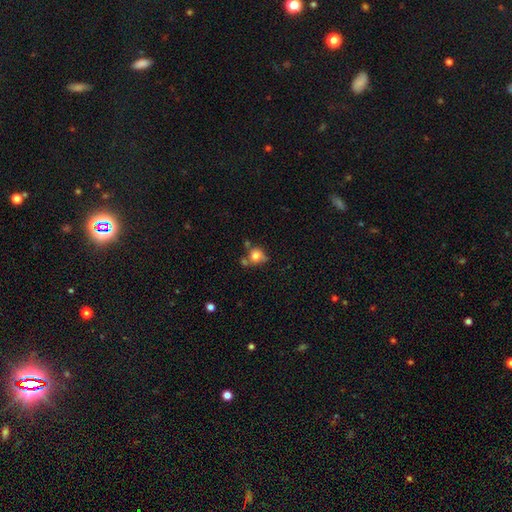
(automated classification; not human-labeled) smooth_or_featured: smooth (p=0.72) [alt: featured or disk p=0.17]
how_rounded: round (p=0.70) [alt: in between p=0.29]
merging: none (p=0.42) [alt: merger p=0.24]